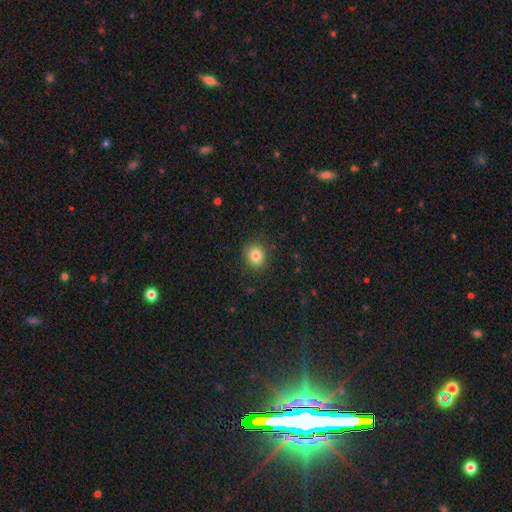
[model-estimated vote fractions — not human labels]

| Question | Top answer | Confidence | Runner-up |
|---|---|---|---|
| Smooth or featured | smooth | 83% | star or artifact (11%) |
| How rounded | round | 73% | in between (26%) |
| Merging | none | 88% | minor disturbance (9%) |